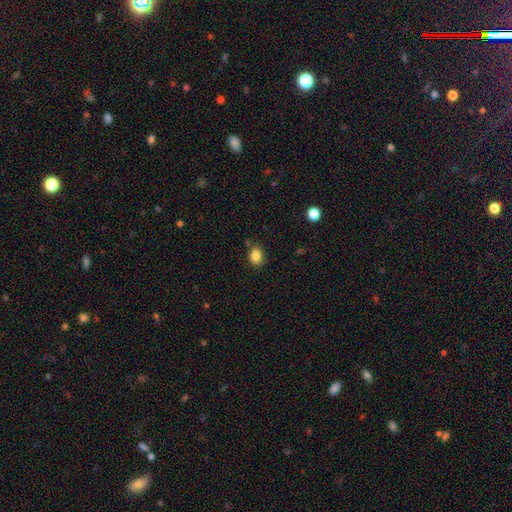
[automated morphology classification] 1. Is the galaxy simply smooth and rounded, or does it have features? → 85% smooth, 10% star or artifact, 5% featured or disk.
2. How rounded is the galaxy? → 55% in between, 44% round, 1% cigar-shaped.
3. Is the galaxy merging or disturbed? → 81% none, 12% minor disturbance, 4% merger, 3% major disturbance.